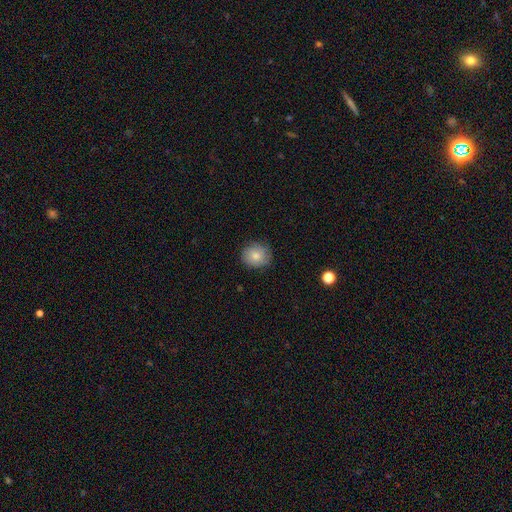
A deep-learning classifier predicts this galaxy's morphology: smooth_or_featured: smooth (p=0.79) [alt: featured or disk p=0.13]
how_rounded: round (p=0.85) [alt: in between p=0.14]
merging: none (p=0.84) [alt: minor disturbance p=0.12]